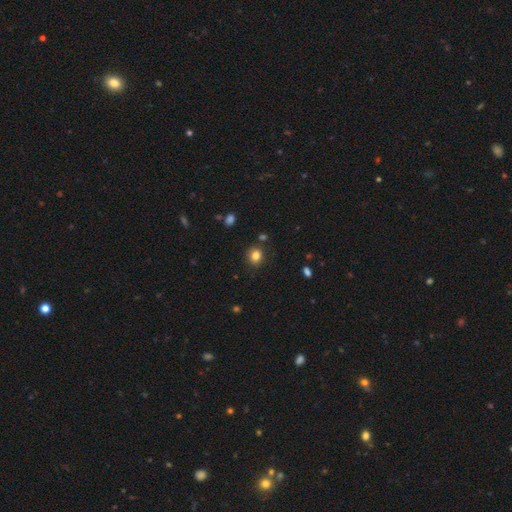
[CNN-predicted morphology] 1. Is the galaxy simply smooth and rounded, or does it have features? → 82% smooth, 12% star or artifact, 6% featured or disk.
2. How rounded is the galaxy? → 77% round, 22% in between, 1% cigar-shaped.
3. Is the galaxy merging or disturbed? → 86% none, 9% minor disturbance, 3% merger, 2% major disturbance.